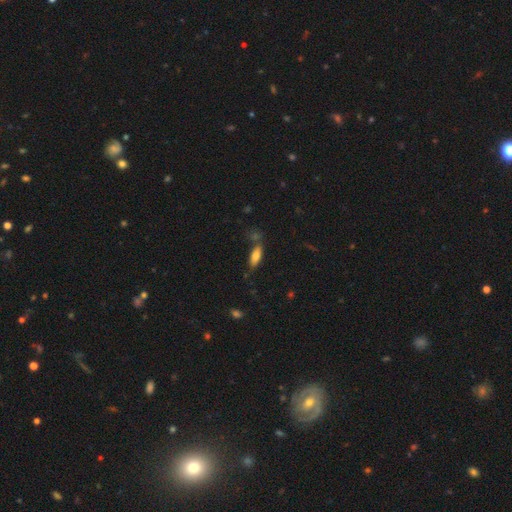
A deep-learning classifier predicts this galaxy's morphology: A smooth galaxy with no disk features (76%) that is in between round and cigar-shaped (67%). Merging: none (65%).